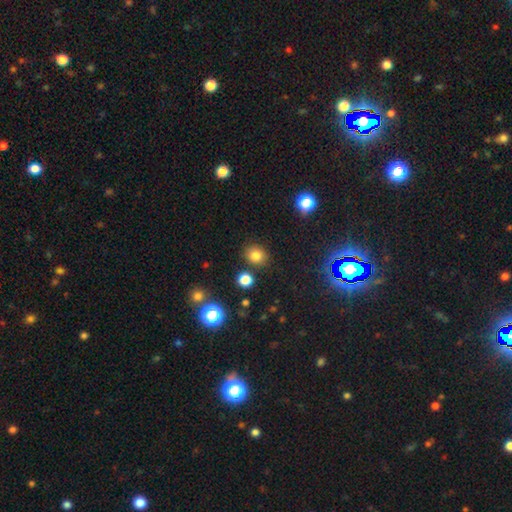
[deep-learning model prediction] A smooth galaxy with no disk features (79%) that is round (75%). Merging: none (83%).